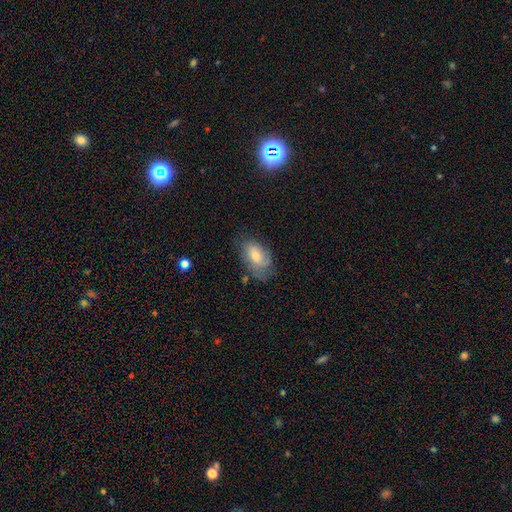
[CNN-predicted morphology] smooth-or-featured: smooth: 62% | featured or disk: 31% | star or artifact: 7%
  how-rounded: in between: 91% | round: 6% | cigar-shaped: 2%
  merging: none: 59% | minor disturbance: 28% | major disturbance: 11% | merger: 2%